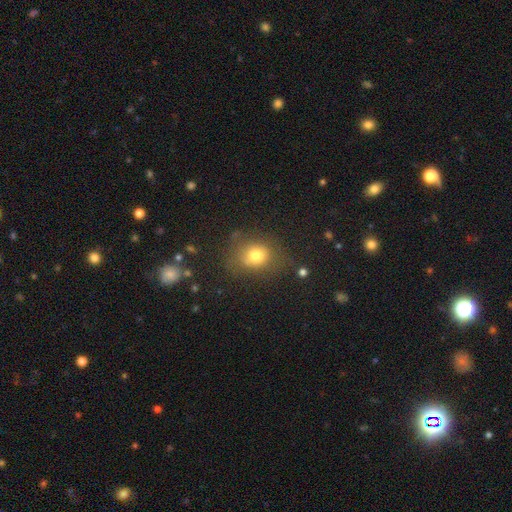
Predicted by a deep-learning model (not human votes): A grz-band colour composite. It shows a smooth galaxy with no disk features (76%) that is round (63%). Merging: none (69%).